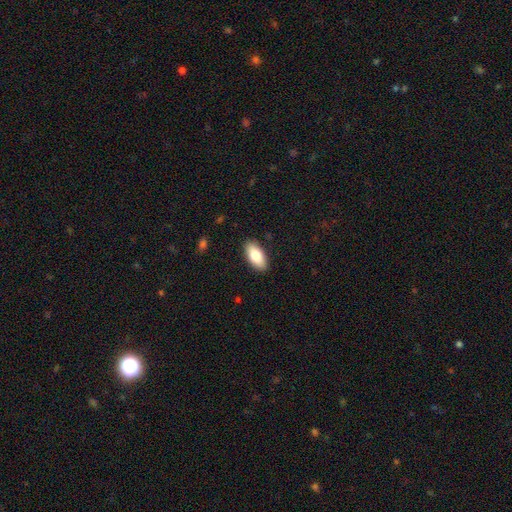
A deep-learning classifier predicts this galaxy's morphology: smooth-or-featured: smooth: 82% | featured or disk: 12% | star or artifact: 6%
  how-rounded: in between: 91% | cigar-shaped: 7% | round: 2%
  merging: none: 89% | minor disturbance: 8% | major disturbance: 2% | merger: 1%